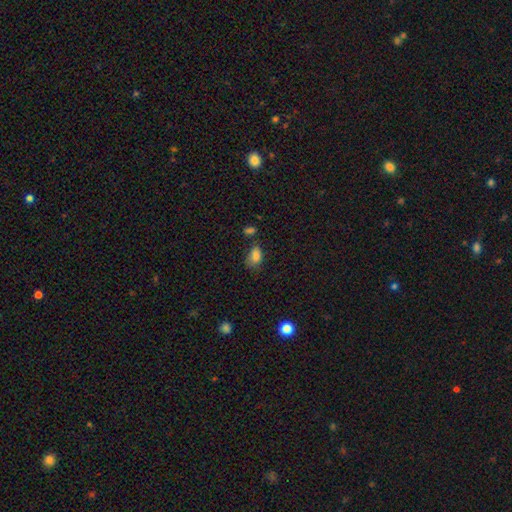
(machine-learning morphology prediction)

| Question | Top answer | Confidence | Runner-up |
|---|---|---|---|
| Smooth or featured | smooth | 82% | star or artifact (11%) |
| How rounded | in between | 87% | round (11%) |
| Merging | none | 54% | minor disturbance (28%) |